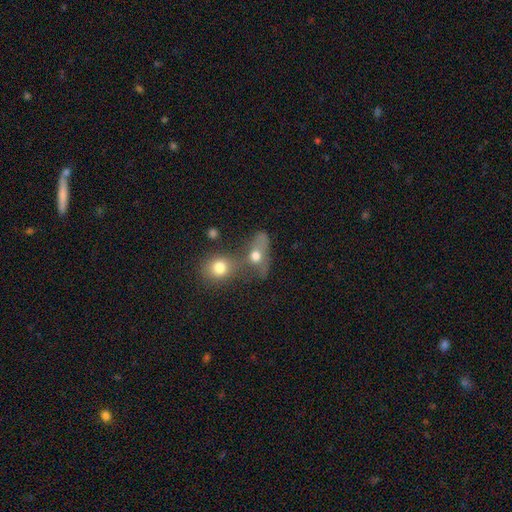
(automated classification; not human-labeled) The model was most divided on "how rounded": in between: 53%, round: 44%, cigar-shaped: 4%. More confident: smooth or featured — smooth (68%); merging — merger (62%).